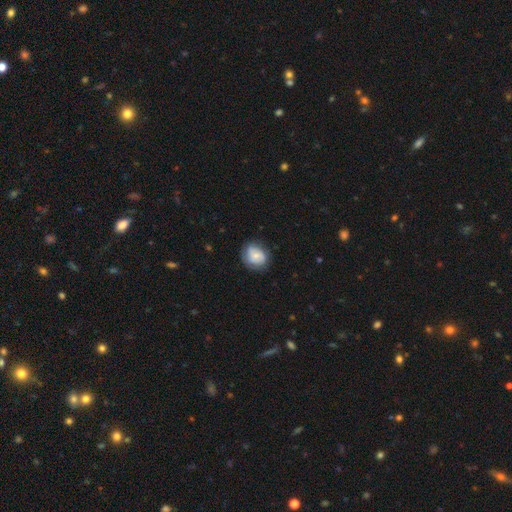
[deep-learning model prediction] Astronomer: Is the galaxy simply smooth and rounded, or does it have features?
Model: smooth — 63%.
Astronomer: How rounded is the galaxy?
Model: round — 63%.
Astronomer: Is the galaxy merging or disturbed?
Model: none — 71%.